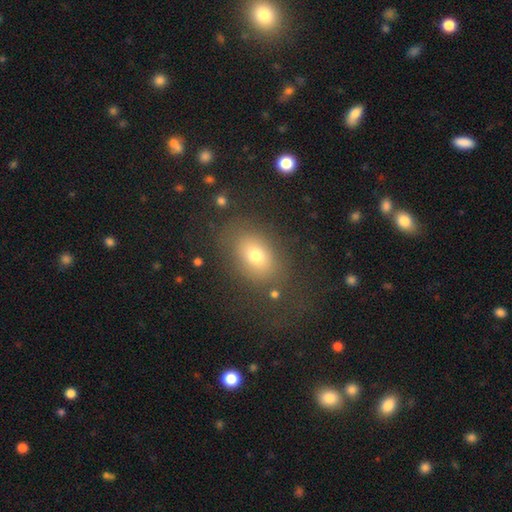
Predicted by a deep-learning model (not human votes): Smooth or featured?
  - smooth: 72% *
  - featured or disk: 16%
  - star or artifact: 13%
How rounded?
  - in between: 75% *
  - round: 24%
  - cigar-shaped: 2%
Merging?
  - none: 70% *
  - minor disturbance: 15%
  - major disturbance: 12%
  - merger: 3%